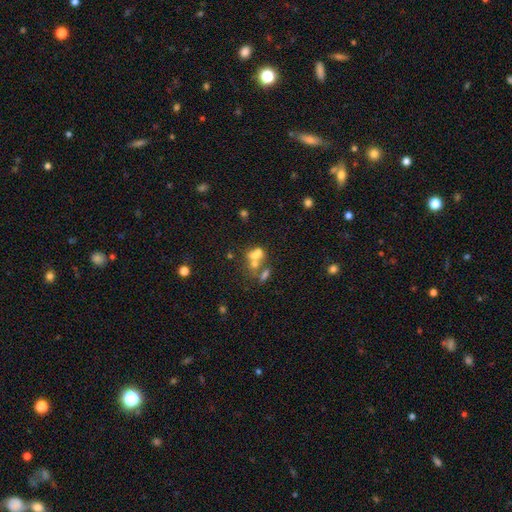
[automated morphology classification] Overall: smooth (54%; featured or disk 27%). How rounded: in between (58%; round 38%). Merging: merger (57%; none 26%).